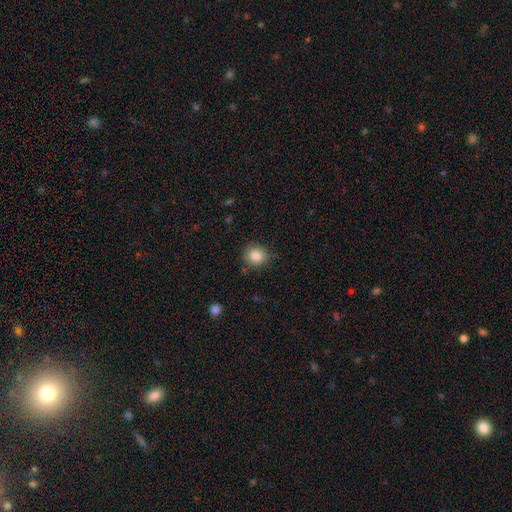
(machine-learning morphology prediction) This appears to be a smooth galaxy with no disk features (86%) that is round (85%). Merging: none (85%).